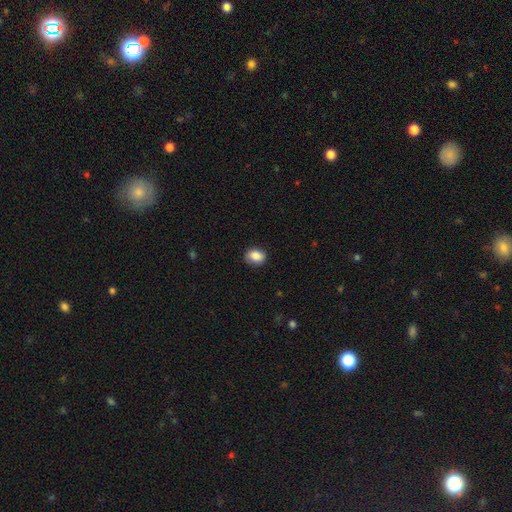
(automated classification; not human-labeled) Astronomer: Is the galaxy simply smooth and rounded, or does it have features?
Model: smooth — 86%.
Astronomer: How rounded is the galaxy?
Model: in between — 61% (runner-up: round, 38%).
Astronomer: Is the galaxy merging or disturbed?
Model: none — 80%.